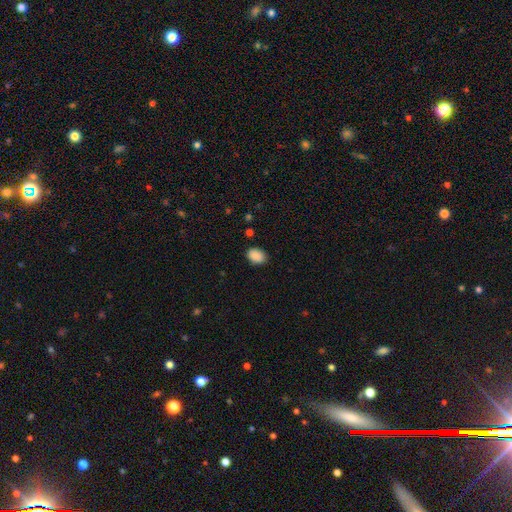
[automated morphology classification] This is clearly a smooth galaxy (89%). How rounded: likely in between (78%). Merging: clearly none (82%).